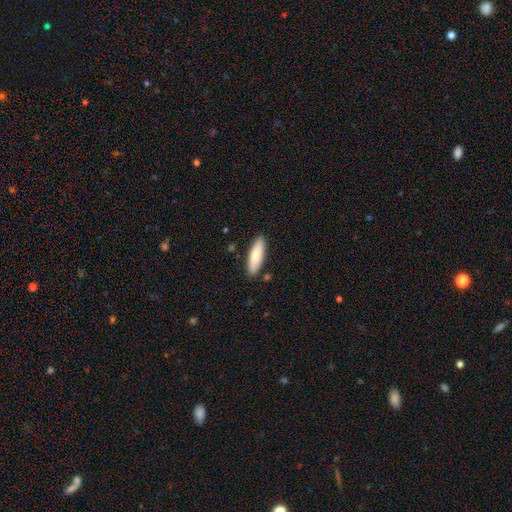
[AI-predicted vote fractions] Q: Smooth or featured?
A: smooth (77%); runner-up: featured or disk (17%)
Q: How rounded?
A: cigar-shaped (57%); runner-up: in between (42%)
Q: Merging?
A: none (87%); runner-up: minor disturbance (9%)